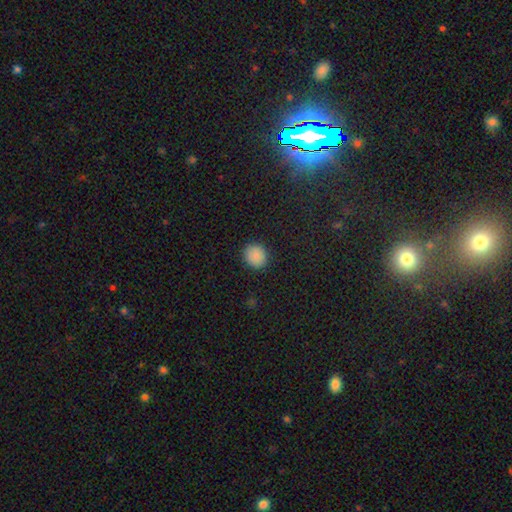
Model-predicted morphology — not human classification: smooth_or_featured: smooth (p=0.87) [alt: star or artifact p=0.09]
how_rounded: round (p=0.82) [alt: in between p=0.17]
merging: none (p=0.91) [alt: minor disturbance p=0.06]